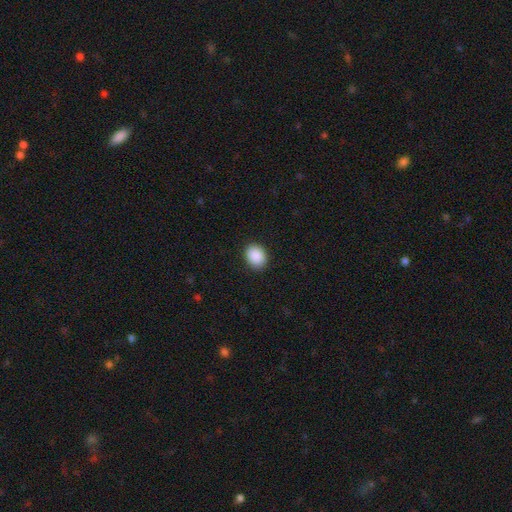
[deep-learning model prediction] A smooth galaxy with no disk features (90%) that is in between round and cigar-shaped (54%). Merging: none (90%).